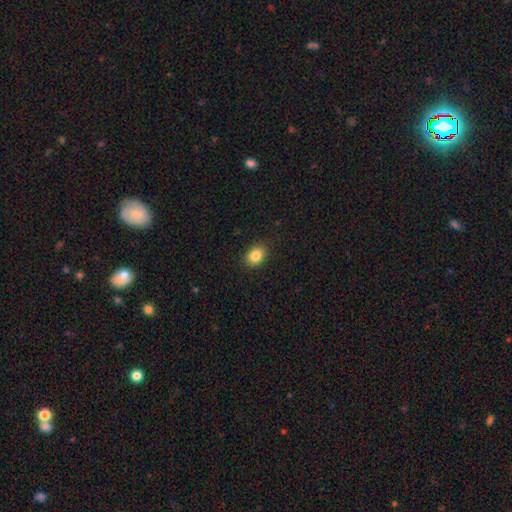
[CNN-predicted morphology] type=smooth (85%); roundness=in between (67%); merging=none (88%).